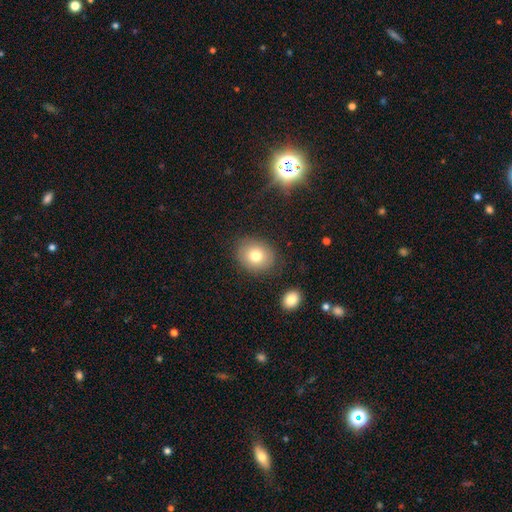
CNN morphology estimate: Smooth or featured? smooth (77%)
How rounded? round (59%)
Merging? none (82%)